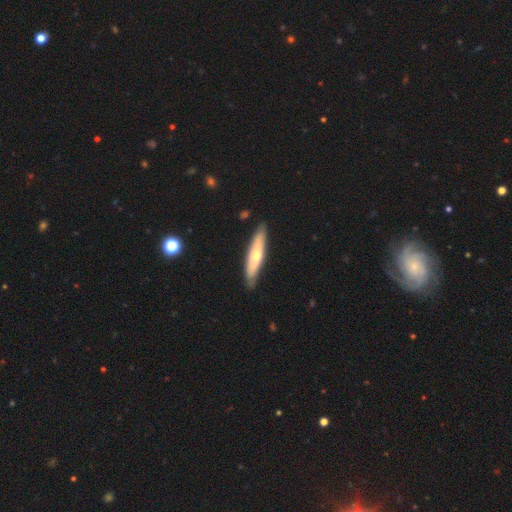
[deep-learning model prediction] A smooth galaxy with no disk features (51%) that is cigar-shaped (79%).

Vote fractions:
- Smooth or featured? smooth: 51% / featured or disk: 45% / star or artifact: 5%
- How rounded? cigar-shaped: 79% / in between: 19% / round: 2%
- Merging? none: 85% / minor disturbance: 11% / major disturbance: 2% / merger: 2%